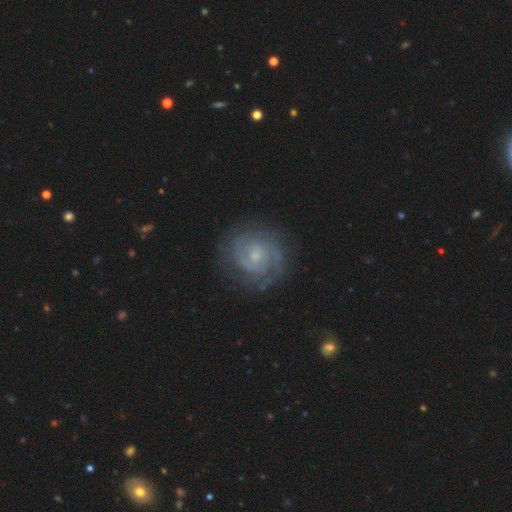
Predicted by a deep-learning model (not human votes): This is clearly a featured or disk galaxy (83%). It is clearly not viewed edge-on (98%). Bar: likely no (65%). Spiral arm pattern: clearly yes (95%). Spiral arm count: possibly 2 (47%). Spiral winding: likely tight (62%). Central bulge: likely small (67%). Merging: likely none (78%).